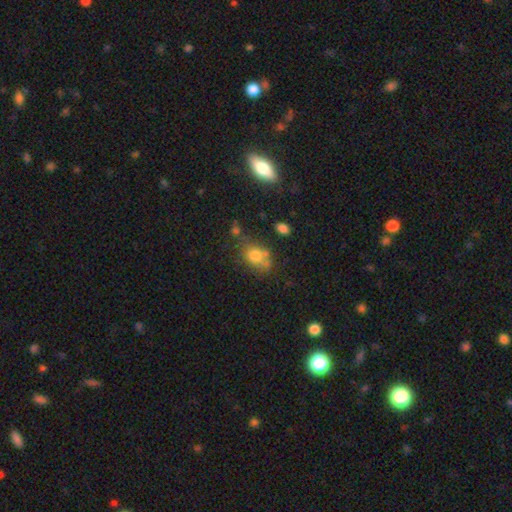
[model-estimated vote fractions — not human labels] smooth_or_featured: smooth (p=0.72) [alt: featured or disk p=0.15]
how_rounded: in between (p=0.62) [alt: round p=0.37]
merging: none (p=0.51) [alt: minor disturbance p=0.23]